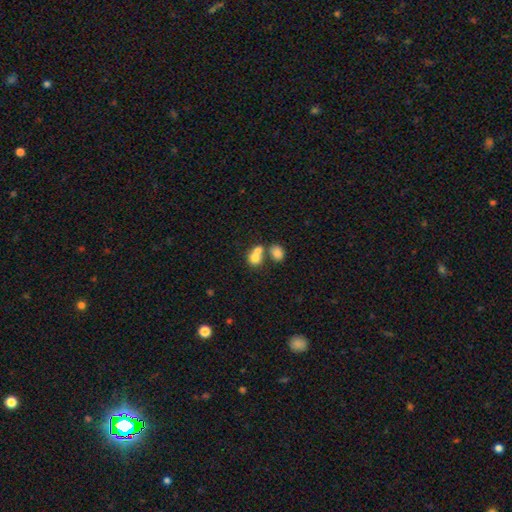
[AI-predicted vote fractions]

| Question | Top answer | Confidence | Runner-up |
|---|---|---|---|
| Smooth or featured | smooth | 74% | featured or disk (16%) |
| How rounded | round | 60% | in between (39%) |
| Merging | merger | 61% | none (29%) |